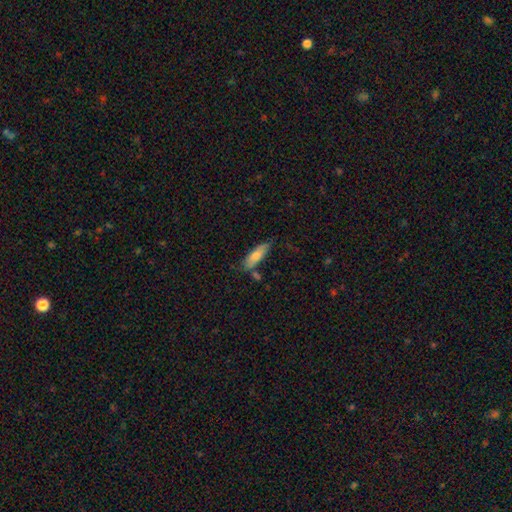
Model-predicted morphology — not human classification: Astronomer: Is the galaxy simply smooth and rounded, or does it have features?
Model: smooth — 73%.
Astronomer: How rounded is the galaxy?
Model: cigar-shaped — 49%, tied with in between at 49%.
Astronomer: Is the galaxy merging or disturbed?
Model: none — 69%.